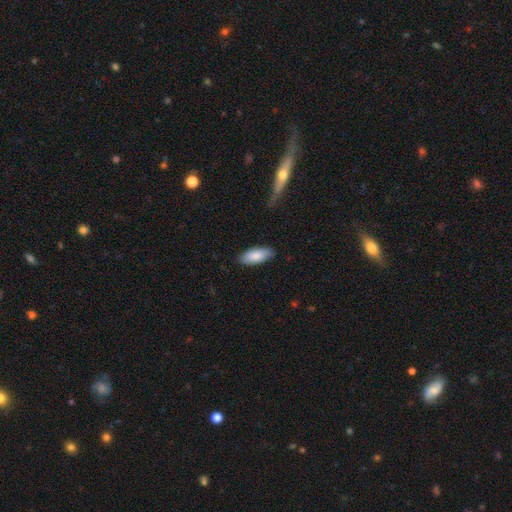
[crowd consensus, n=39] smooth 85%, featured or disk 15%, star or artifact 0%. Down the decision tree: how rounded — in between (97%); merging — none (92%).